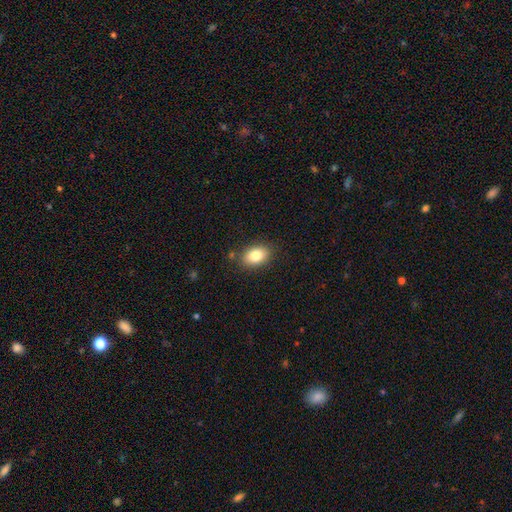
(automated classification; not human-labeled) Morphology: type=smooth (83%); roundness=in between (81%); merging=none (84%).